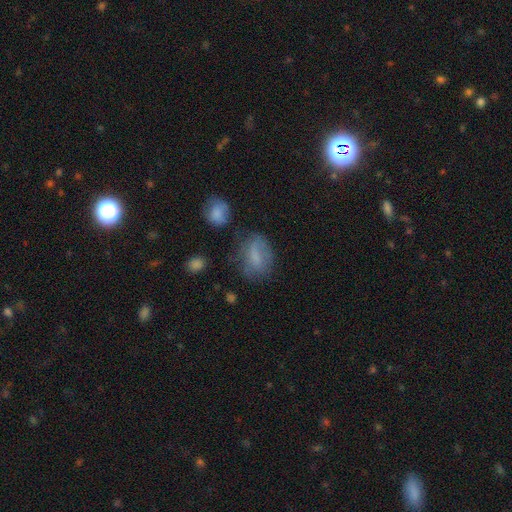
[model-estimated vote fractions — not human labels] smooth 68%, featured or disk 21%, star or artifact 11%. Down the decision tree: how rounded — in between (75%); merging — none (57%).